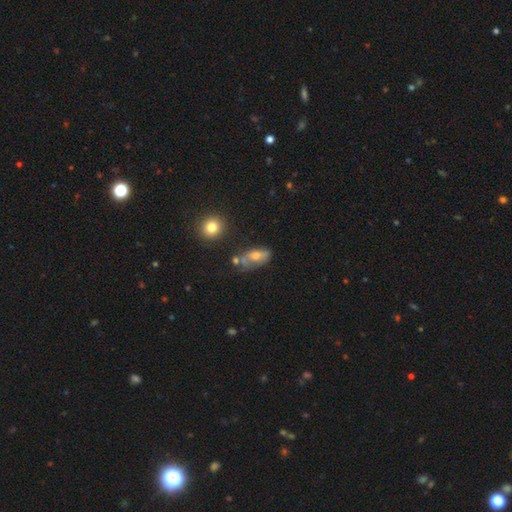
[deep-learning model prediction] Q: Smooth or featured?
A: smooth (47%); runner-up: featured or disk (39%)
Q: Merging?
A: none (48%); runner-up: minor disturbance (26%)